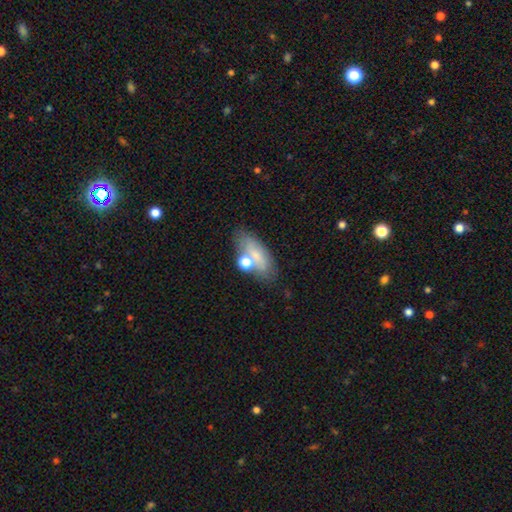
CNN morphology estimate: A smooth galaxy with no disk features (64%) that is in between round and cigar-shaped (78%).

Vote fractions:
- Smooth or featured? smooth: 64% / featured or disk: 23% / star or artifact: 13%
- How rounded? in between: 78% / cigar-shaped: 13% / round: 9%
- Merging? none: 62% / minor disturbance: 18% / merger: 13% / major disturbance: 7%